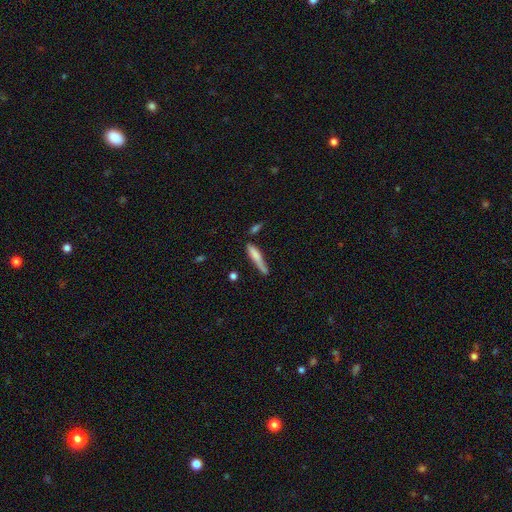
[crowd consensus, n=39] Volunteers were most divided on "merging": none: 45%, minor disturbance: 29%, major disturbance: 21%, merger: 5%. More confident: smooth or featured — smooth (87%); how rounded — cigar-shaped (85%).